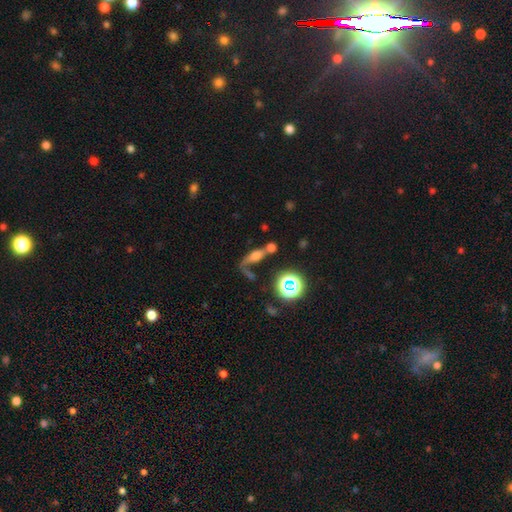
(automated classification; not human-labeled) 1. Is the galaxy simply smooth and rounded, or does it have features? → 43% smooth, 37% featured or disk, 20% star or artifact.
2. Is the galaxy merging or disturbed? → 33% merger (tied), 33% none (tied), 20% major disturbance, 14% minor disturbance.